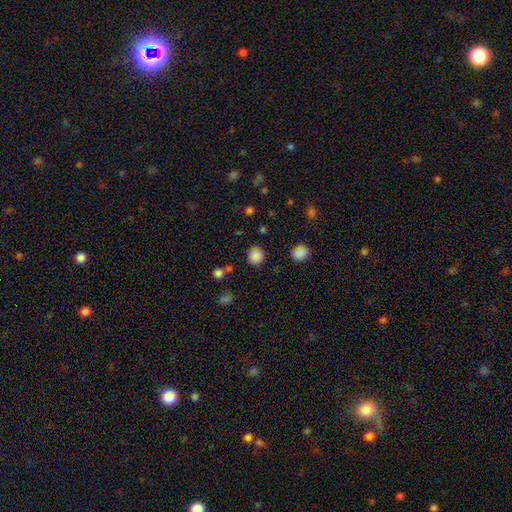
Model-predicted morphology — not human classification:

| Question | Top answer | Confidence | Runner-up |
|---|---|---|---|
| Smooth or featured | smooth | 83% | star or artifact (13%) |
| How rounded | round | 93% | in between (6%) |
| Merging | none | 86% | minor disturbance (8%) |